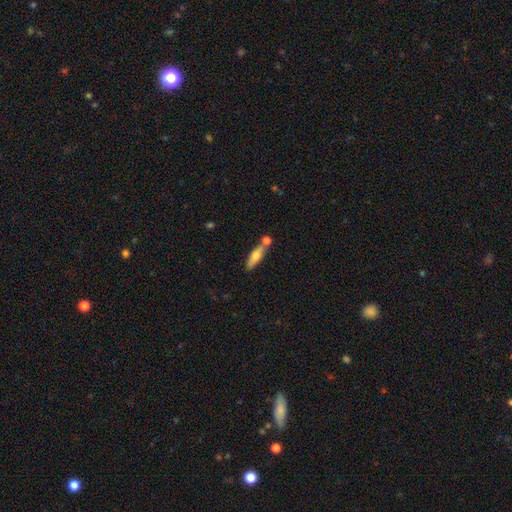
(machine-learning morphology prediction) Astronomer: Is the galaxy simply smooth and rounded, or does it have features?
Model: smooth — 64%.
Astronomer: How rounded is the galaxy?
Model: cigar-shaped — 58% (runner-up: in between, 39%).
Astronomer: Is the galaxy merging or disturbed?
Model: none — 57%.